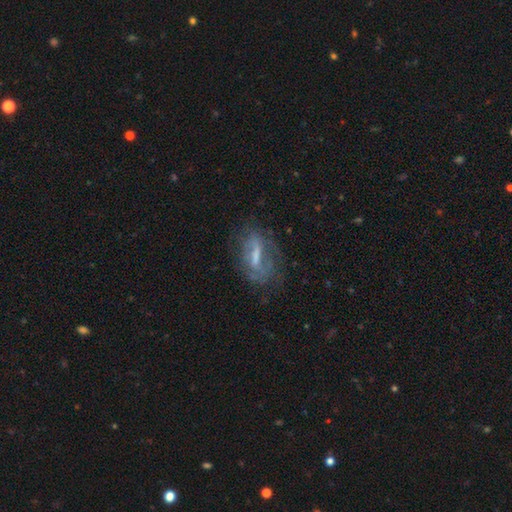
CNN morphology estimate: This is likely a featured or disk galaxy (62%). It is clearly not viewed edge-on (83%). Bar: marginally strong (43%). Spiral arm pattern: possibly yes (59%). Central bulge: marginally moderate (36%). Merging: likely none (62%).